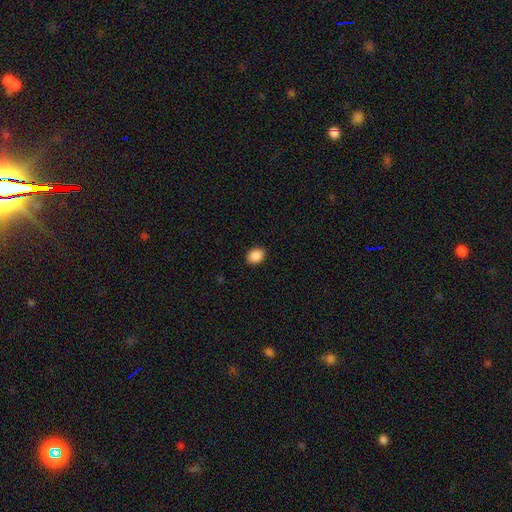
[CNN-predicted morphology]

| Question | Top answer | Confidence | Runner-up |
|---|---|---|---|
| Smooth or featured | smooth | 89% | star or artifact (8%) |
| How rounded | in between | 64% | round (35%) |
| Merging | none | 89% | minor disturbance (9%) |